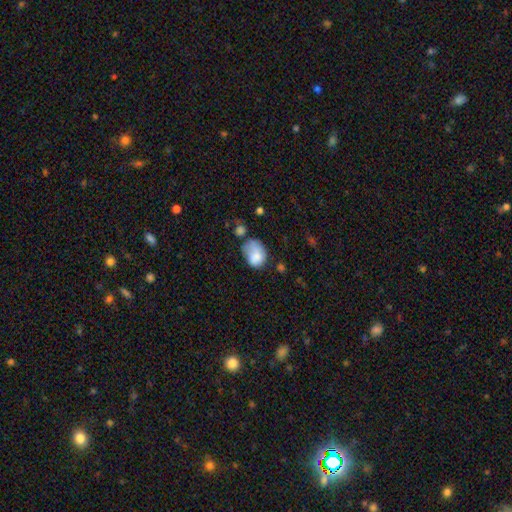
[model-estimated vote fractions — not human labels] Overall: smooth (77%). How rounded: in between (68%; round 31%). Merging: minor disturbance (33%; none 29%).